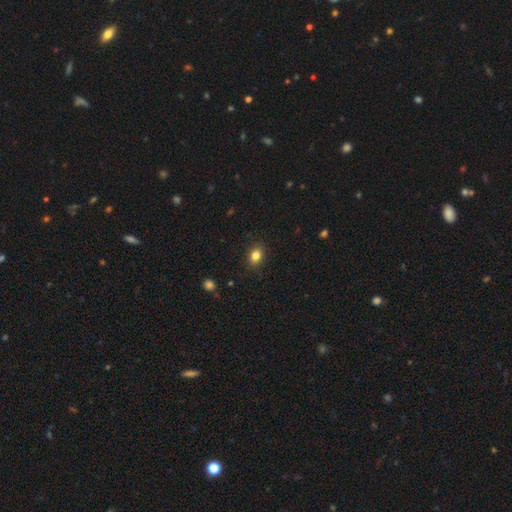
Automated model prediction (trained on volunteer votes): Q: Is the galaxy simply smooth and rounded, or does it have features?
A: smooth — 83%.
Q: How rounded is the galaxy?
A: in between — 64%.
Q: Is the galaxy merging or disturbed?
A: none — 88%.